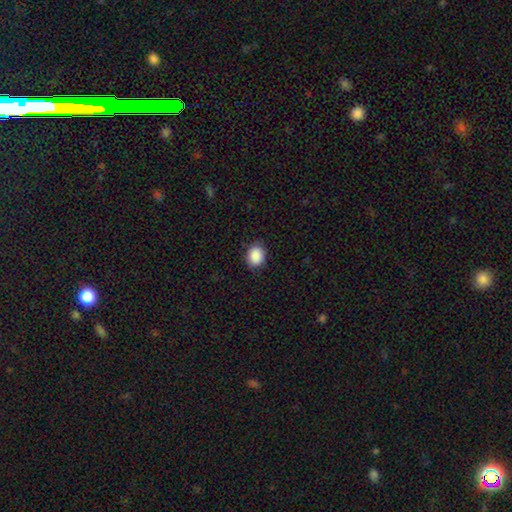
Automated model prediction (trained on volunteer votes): smooth_or_featured: smooth (p=0.90) [alt: star or artifact p=0.07]
how_rounded: in between (p=0.53) [alt: round p=0.46]
merging: none (p=0.85) [alt: minor disturbance p=0.12]